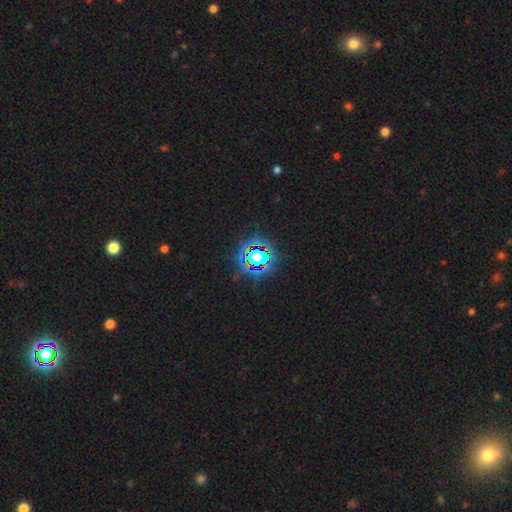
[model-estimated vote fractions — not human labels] A star or artifact, not a galaxy (81%).